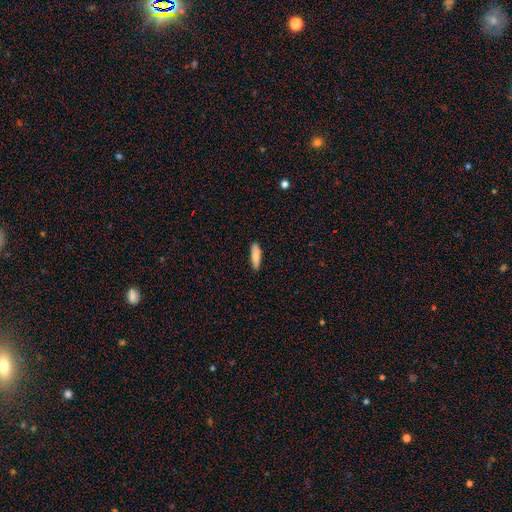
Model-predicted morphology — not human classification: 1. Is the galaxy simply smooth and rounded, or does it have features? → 82% smooth, 12% featured or disk, 6% star or artifact.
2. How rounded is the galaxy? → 52% cigar-shaped, 46% in between, 2% round.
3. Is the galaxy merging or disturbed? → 86% none, 11% minor disturbance, 2% major disturbance, 1% merger.